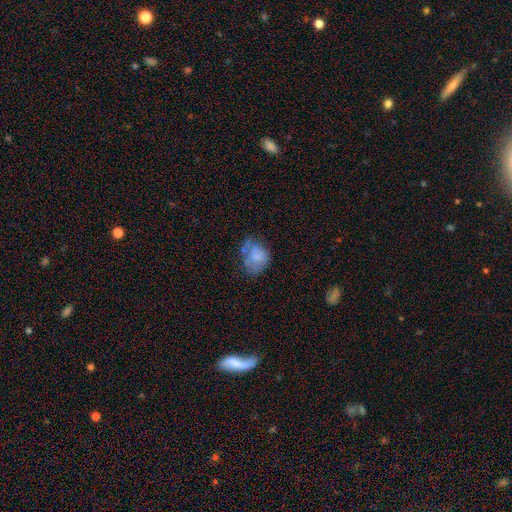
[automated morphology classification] Smooth or featured: smooth — 57% (featured or disk — 32%)
How rounded: in between — 56% (round — 43%)
Merging: none — 36% (minor disturbance — 29%)